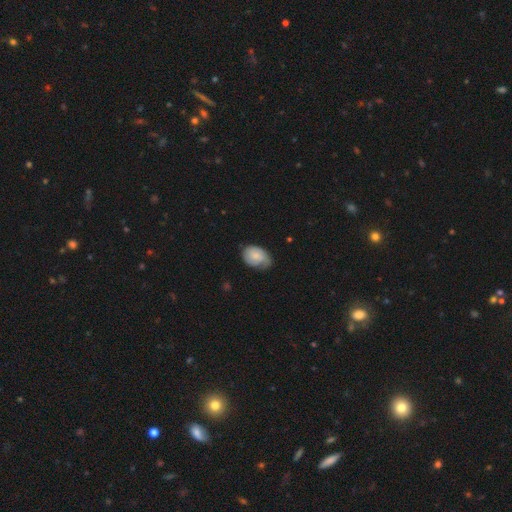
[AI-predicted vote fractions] A smooth galaxy with no disk features (64%) that is in between round and cigar-shaped (78%).

Vote fractions:
- Smooth or featured? smooth: 64% / featured or disk: 29% / star or artifact: 7%
- How rounded? in between: 78% / round: 21% / cigar-shaped: 1%
- Merging? none: 53% / minor disturbance: 36% / major disturbance: 10% / merger: 1%